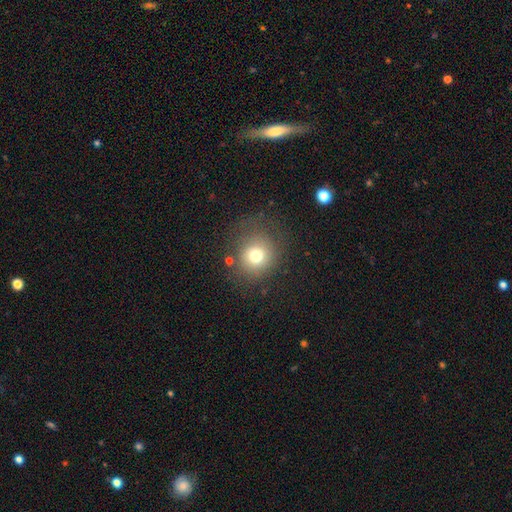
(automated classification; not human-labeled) Morphology: type=smooth (73%); roundness=round (82%); merging=none (73%).